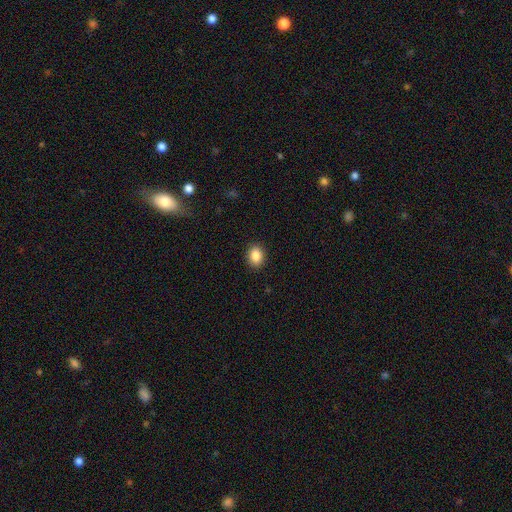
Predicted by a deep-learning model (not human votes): The model was most divided on "how rounded": in between: 63%, round: 36%, cigar-shaped: 1%. More confident: merging — none (91%); smooth or featured — smooth (87%).